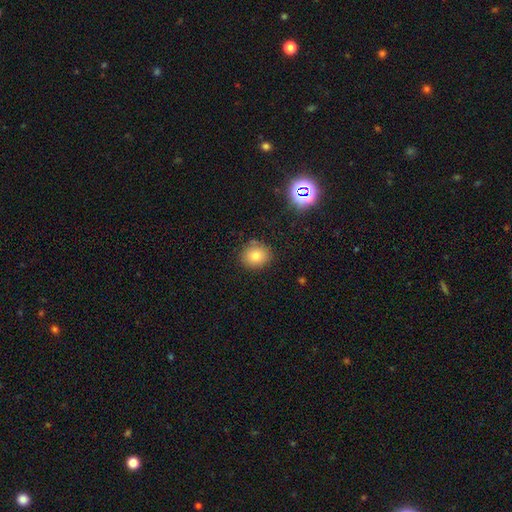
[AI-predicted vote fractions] Q: Smooth or featured?
A: smooth (77%); runner-up: star or artifact (13%)
Q: How rounded?
A: round (76%); runner-up: in between (23%)
Q: Merging?
A: none (83%); runner-up: minor disturbance (11%)